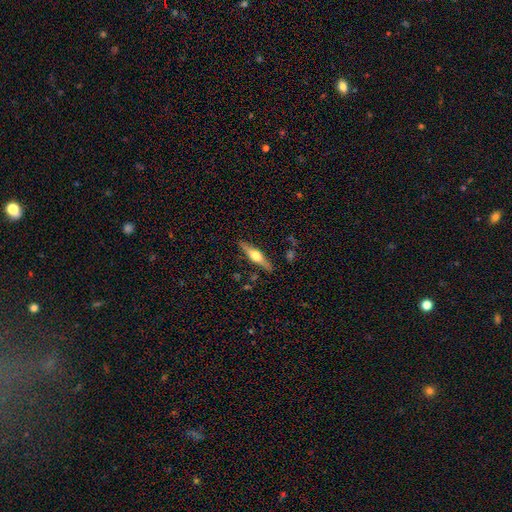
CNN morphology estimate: smooth-or-featured: featured or disk: 64% | smooth: 30% | star or artifact: 6%
  disk-edge-on: yes: 96% | no: 4%
    edge-on-bulge: rounded: 94% | boxy: 4% | none: 2%
  merging: none: 88% | minor disturbance: 9% | major disturbance: 2% | merger: 1%